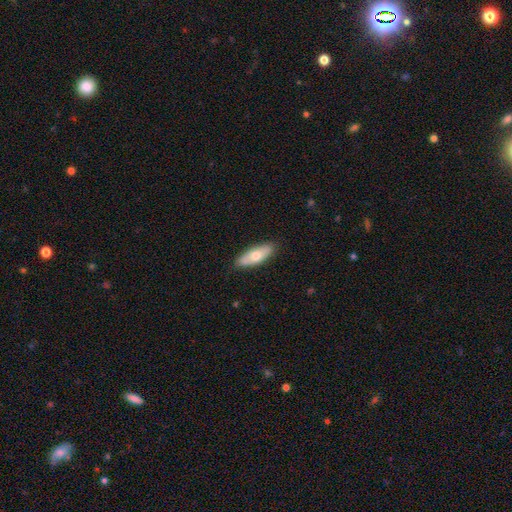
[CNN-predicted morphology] smooth_or_featured: smooth (p=0.65) [alt: featured or disk p=0.30]
how_rounded: in between (p=0.71) [alt: cigar-shaped p=0.27]
merging: none (p=0.84) [alt: minor disturbance p=0.12]